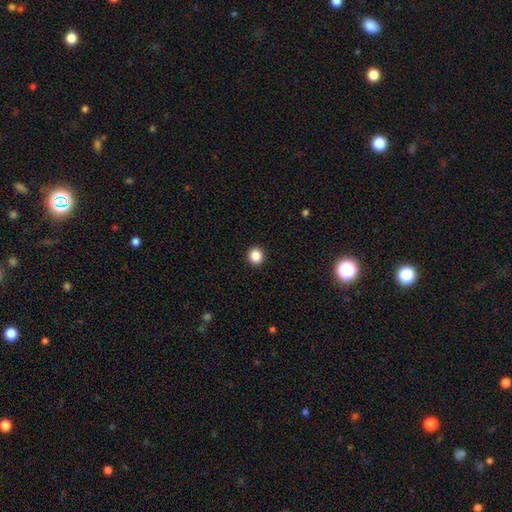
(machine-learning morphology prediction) Smooth or featured? Predicted: smooth (p=0.87). How rounded? Predicted: round (p=0.92). Merging? Predicted: none (p=0.93).